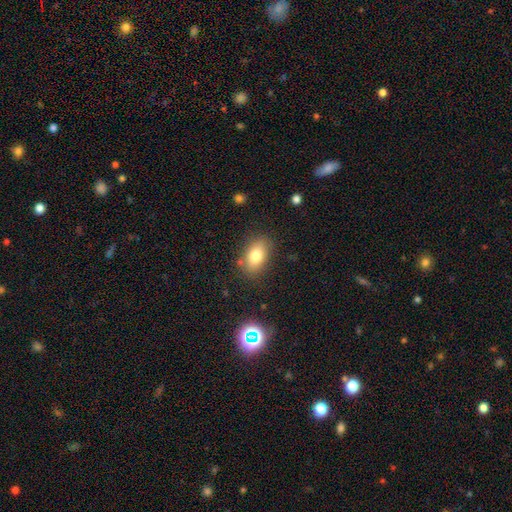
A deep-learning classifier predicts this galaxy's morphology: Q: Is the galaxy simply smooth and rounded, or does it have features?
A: smooth — 79%.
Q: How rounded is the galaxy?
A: in between — 88%.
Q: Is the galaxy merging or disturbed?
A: none — 81%.